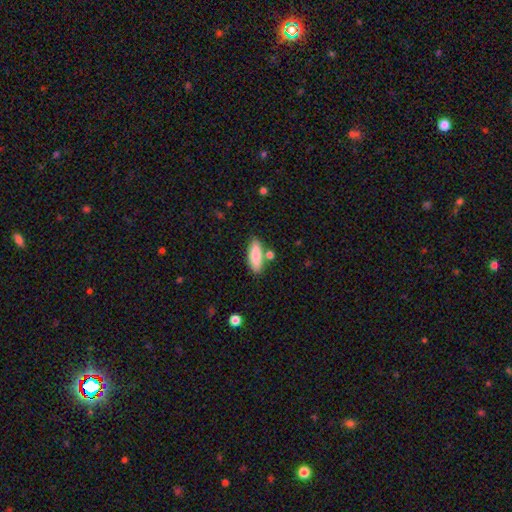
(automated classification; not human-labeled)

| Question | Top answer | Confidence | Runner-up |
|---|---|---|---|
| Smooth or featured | smooth | 81% | featured or disk (12%) |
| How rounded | in between | 60% | cigar-shaped (38%) |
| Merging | none | 77% | minor disturbance (12%) |